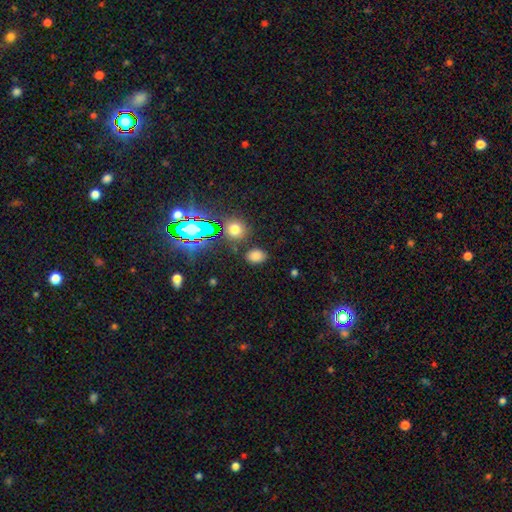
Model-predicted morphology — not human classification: smooth 72%, star or artifact 22%, featured or disk 6%. Down the decision tree: how rounded — in between (69%); merging — none (80%).